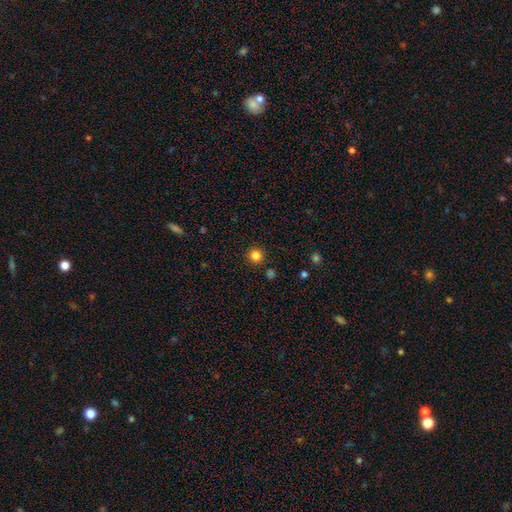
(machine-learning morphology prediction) smooth_or_featured: smooth (p=0.83) [alt: star or artifact p=0.13]
how_rounded: round (p=0.95) [alt: in between p=0.04]
merging: none (p=0.91) [alt: minor disturbance p=0.05]